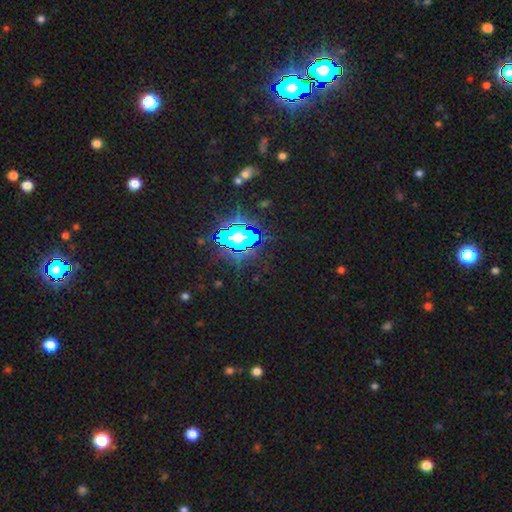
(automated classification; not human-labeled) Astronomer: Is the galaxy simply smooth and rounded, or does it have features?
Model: star or artifact — 78%.